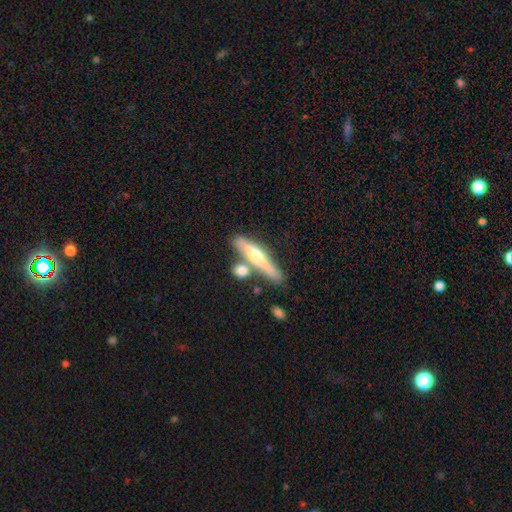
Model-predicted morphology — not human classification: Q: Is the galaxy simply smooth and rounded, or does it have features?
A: featured or disk — 50%.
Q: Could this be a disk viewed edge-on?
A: yes — 87%.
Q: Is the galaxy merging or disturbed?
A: none — 57%.